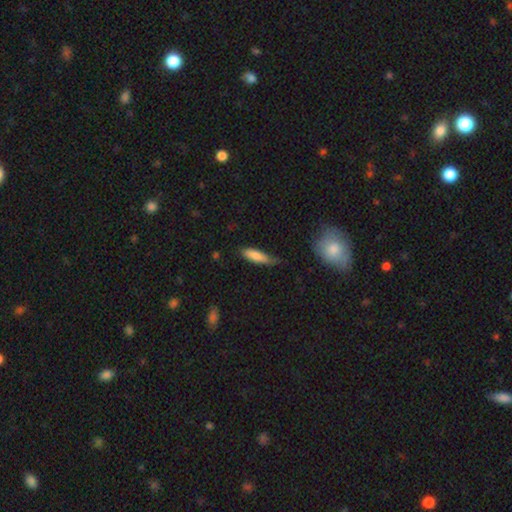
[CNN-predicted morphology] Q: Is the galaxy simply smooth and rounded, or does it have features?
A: smooth — 81%.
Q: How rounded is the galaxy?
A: cigar-shaped — 57%.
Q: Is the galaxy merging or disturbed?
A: none — 50%.